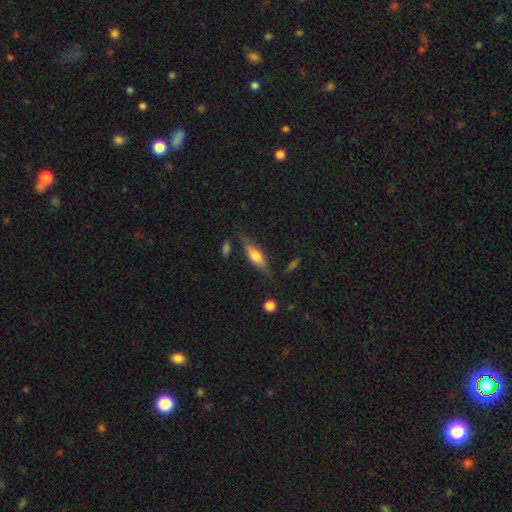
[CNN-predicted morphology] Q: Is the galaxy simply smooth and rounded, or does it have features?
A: featured or disk — 48%.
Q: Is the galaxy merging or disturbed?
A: none — 74%.